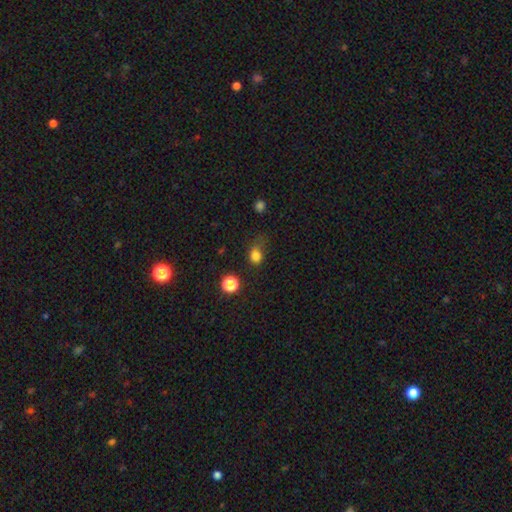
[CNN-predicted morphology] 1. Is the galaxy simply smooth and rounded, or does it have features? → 80% smooth, 14% star or artifact, 6% featured or disk.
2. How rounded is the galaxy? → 63% round, 36% in between, 1% cigar-shaped.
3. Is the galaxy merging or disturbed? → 45% none, 32% minor disturbance, 18% major disturbance, 5% merger.